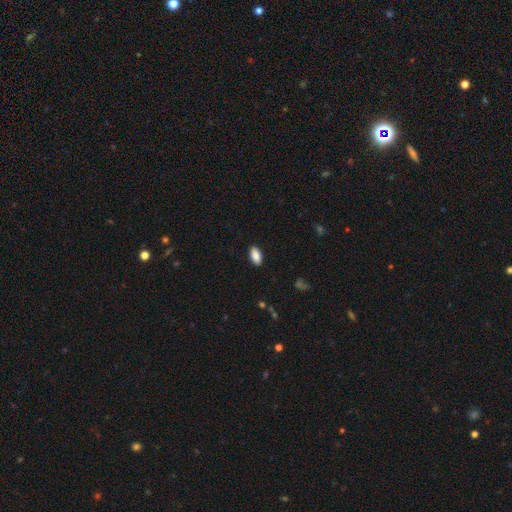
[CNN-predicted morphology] Overall: smooth (88%). How rounded: in between (92%). Merging: none (89%).